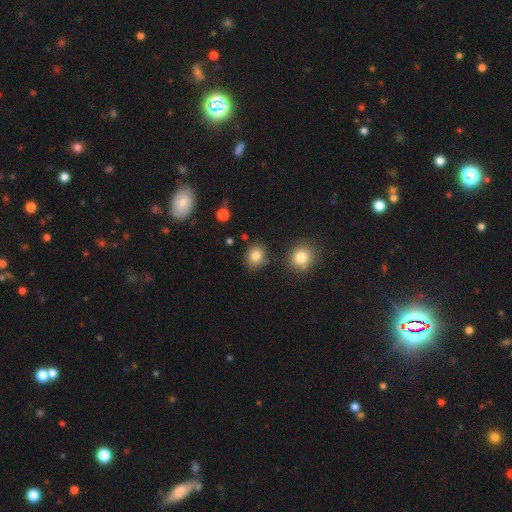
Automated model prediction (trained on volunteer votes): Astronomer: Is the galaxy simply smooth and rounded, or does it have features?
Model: smooth — 82%.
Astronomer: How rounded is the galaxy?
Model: round — 60% (runner-up: in between, 39%).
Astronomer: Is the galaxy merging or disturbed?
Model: none — 82%.